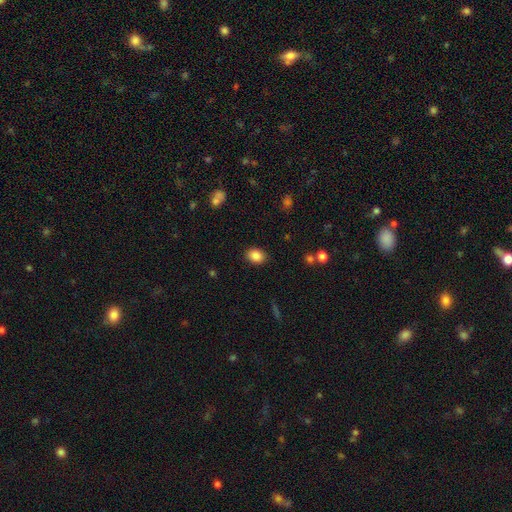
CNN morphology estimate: Smooth or featured? Predicted: smooth (p=0.87). How rounded? Predicted: in between (p=0.66). Merging? Predicted: none (p=0.88).